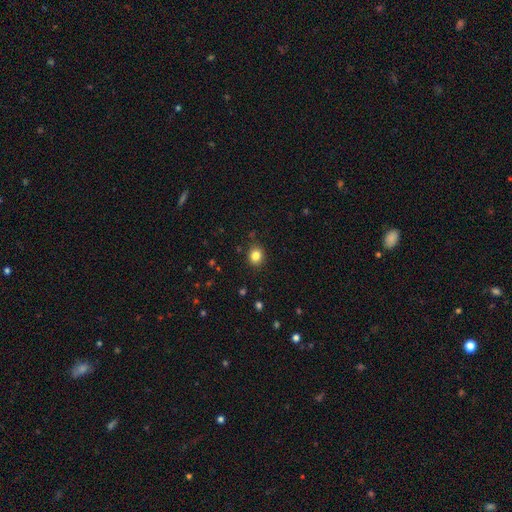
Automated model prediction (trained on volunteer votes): Smooth or featured? smooth (83%)
How rounded? round (72%)
Merging? none (88%)